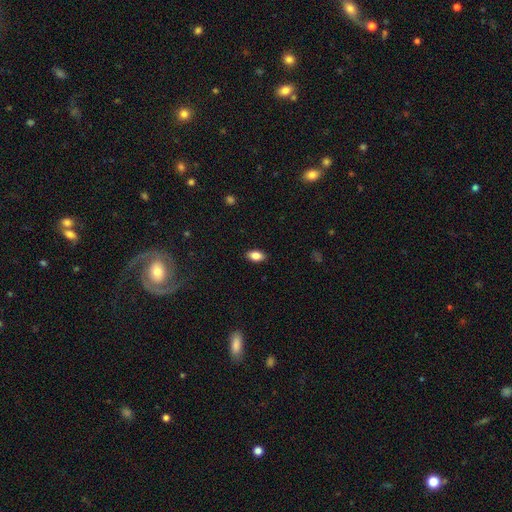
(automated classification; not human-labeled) Smooth or featured? Predicted: smooth (p=0.85). How rounded? Predicted: in between (p=0.90). Merging? Predicted: none (p=0.88).